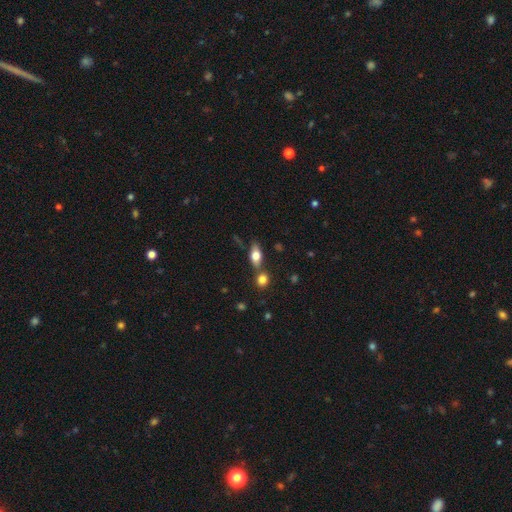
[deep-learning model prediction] Morphology: type=smooth (65%); roundness=in between (76%); merging=none (61%).